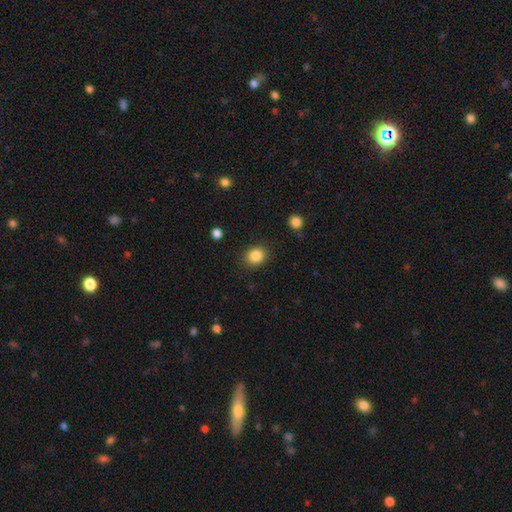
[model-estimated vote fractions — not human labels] The model was most divided on "how rounded": round: 73%, in between: 27%, cigar-shaped: 1%. More confident: merging — none (86%); smooth or featured — smooth (86%).